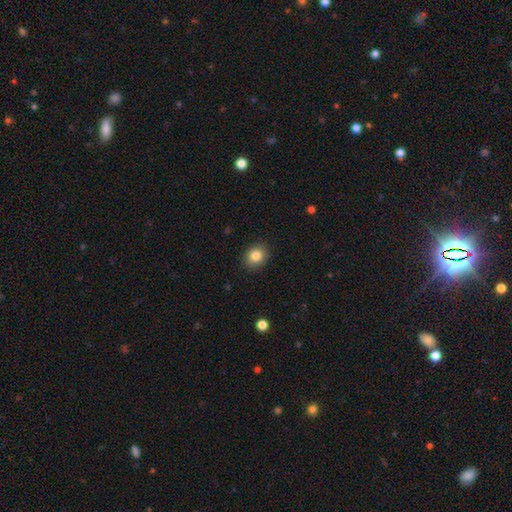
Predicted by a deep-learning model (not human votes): Smooth or featured? smooth (83%)
How rounded? round (55%)
Merging? none (90%)